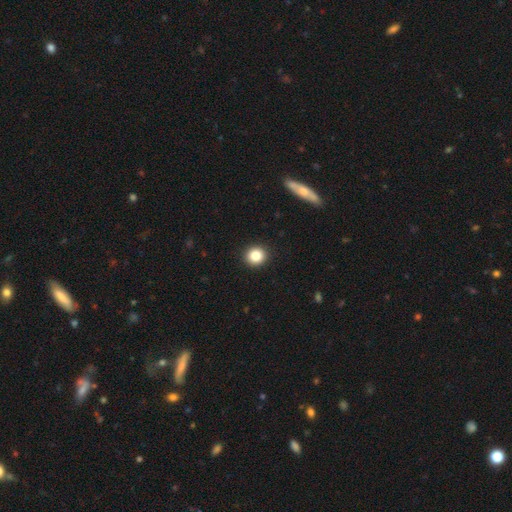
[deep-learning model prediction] This is clearly a smooth galaxy (84%). How rounded: clearly round (91%). Merging: clearly none (93%).